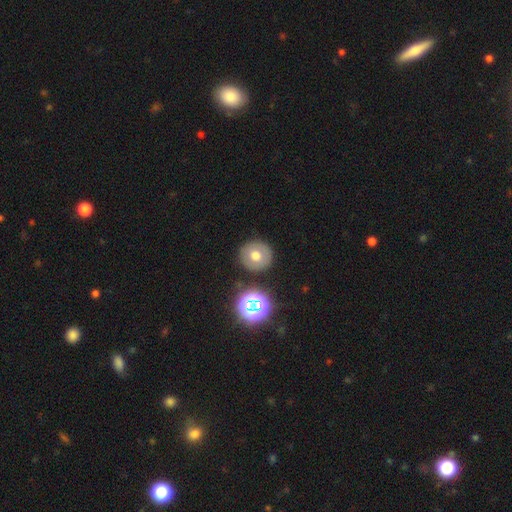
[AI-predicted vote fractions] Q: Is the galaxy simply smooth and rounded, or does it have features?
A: smooth — 65%.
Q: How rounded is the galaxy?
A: round — 92%.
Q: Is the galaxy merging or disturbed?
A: none — 87%.